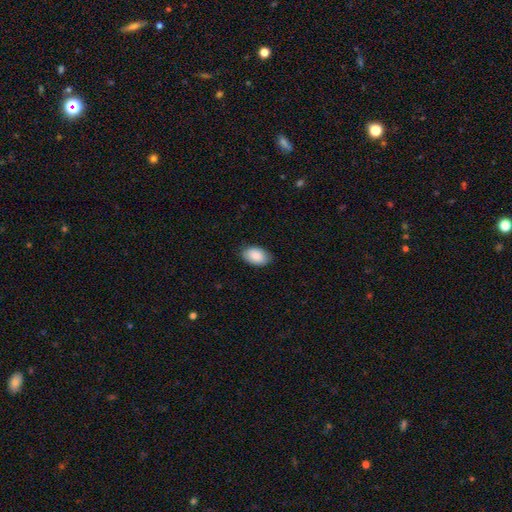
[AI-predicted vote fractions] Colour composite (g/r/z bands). It shows a smooth galaxy with no disk features (87%) that is in between round and cigar-shaped (91%). Merging: none (84%).